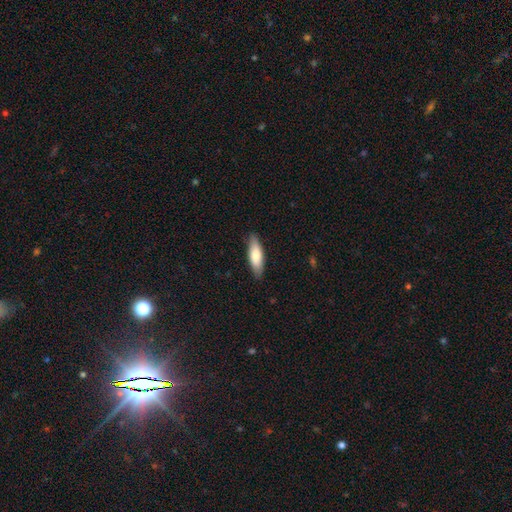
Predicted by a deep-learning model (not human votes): smooth_or_featured: smooth (p=0.75) [alt: featured or disk p=0.20]
how_rounded: in between (p=0.54) [alt: cigar-shaped p=0.44]
merging: none (p=0.86) [alt: minor disturbance p=0.11]